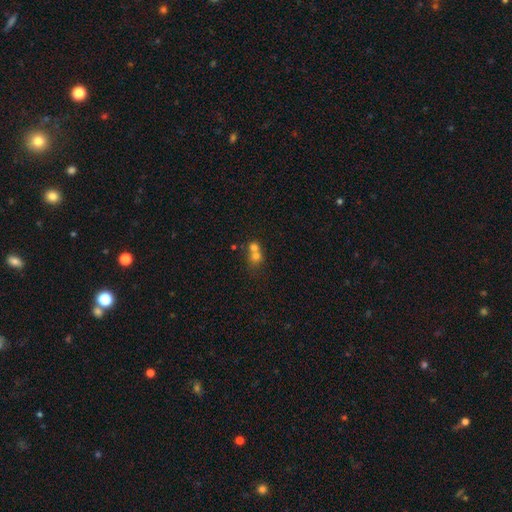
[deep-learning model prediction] Smooth or featured? Predicted: smooth (p=0.70). How rounded? Predicted: round (p=0.75). Merging? Predicted: merger (p=0.65).